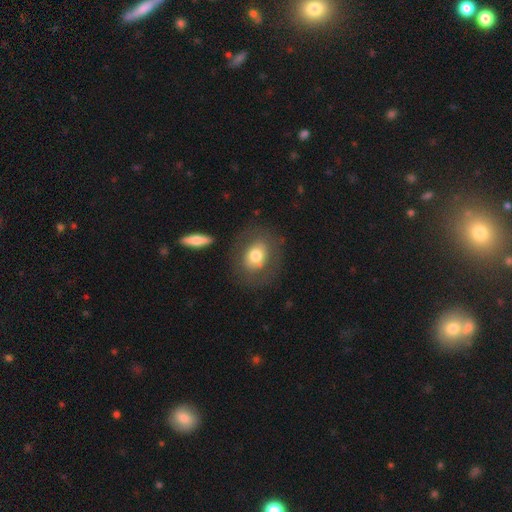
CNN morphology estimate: Overall: smooth (66%; featured or disk 27%). How rounded: in between (50%; round 49%). Merging: none (75%).